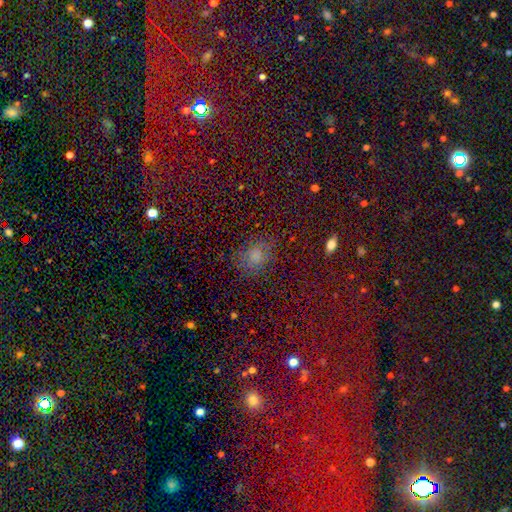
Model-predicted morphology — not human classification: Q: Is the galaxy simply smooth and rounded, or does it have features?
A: smooth — 68%.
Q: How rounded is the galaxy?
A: round — 51%.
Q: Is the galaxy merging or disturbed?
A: none — 75%.